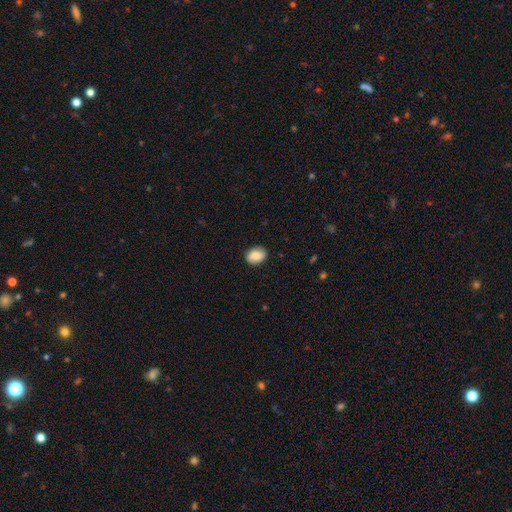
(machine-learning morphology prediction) type=smooth (83%); roundness=in between (59%); merging=none (87%).